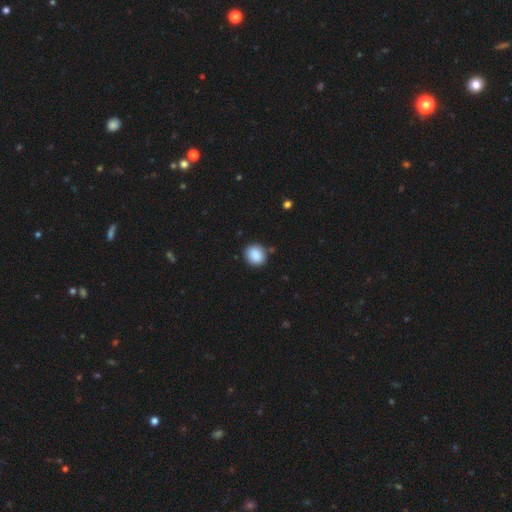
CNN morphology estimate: The model was most divided on "how rounded": round: 71%, in between: 28%, cigar-shaped: 1%. More confident: smooth or featured — smooth (88%); merging — none (87%).